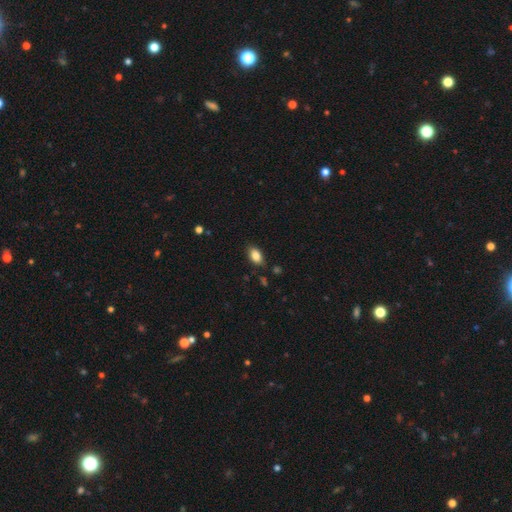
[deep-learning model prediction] Smooth or featured?
  - smooth: 85% *
  - star or artifact: 8%
  - featured or disk: 7%
How rounded?
  - in between: 90% *
  - round: 7%
  - cigar-shaped: 3%
Merging?
  - none: 83% *
  - minor disturbance: 12%
  - major disturbance: 3%
  - merger: 2%